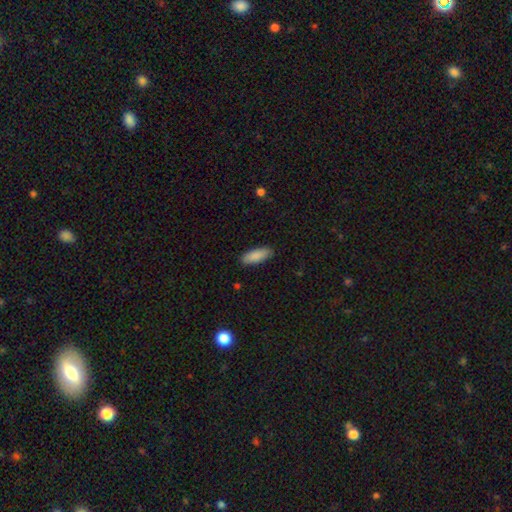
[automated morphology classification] Smooth or featured?
  - smooth: 89% *
  - featured or disk: 6%
  - star or artifact: 6%
How rounded?
  - in between: 70% *
  - cigar-shaped: 28%
  - round: 2%
Merging?
  - none: 88% *
  - minor disturbance: 9%
  - major disturbance: 2%
  - merger: 1%